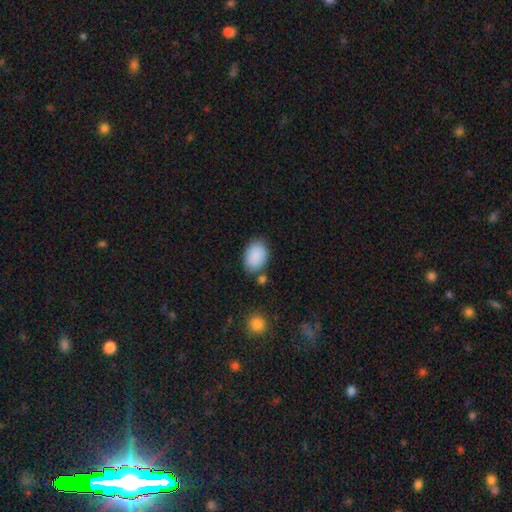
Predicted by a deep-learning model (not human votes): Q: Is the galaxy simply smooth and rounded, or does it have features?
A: smooth — 89%.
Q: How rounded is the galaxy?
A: in between — 83%.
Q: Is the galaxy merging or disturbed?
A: none — 73%.